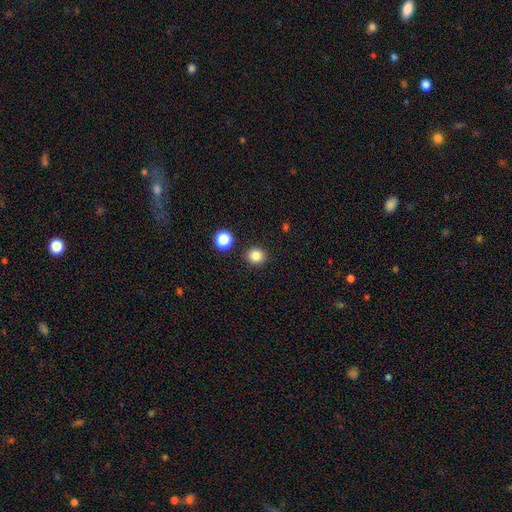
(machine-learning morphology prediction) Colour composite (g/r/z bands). It shows a smooth galaxy with no disk features (82%) that is round (87%). Merging: none (90%).